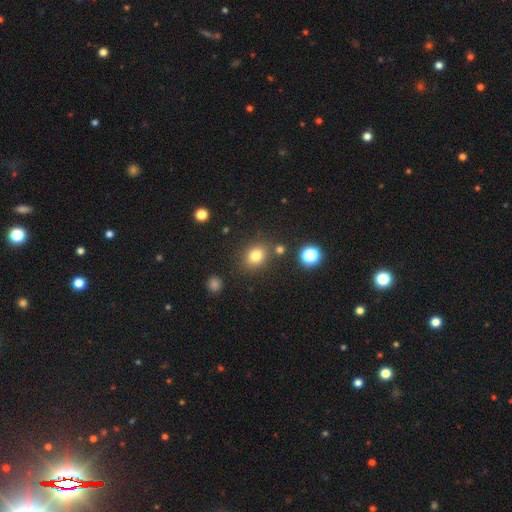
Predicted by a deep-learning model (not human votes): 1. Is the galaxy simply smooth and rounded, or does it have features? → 78% smooth, 15% star or artifact, 7% featured or disk.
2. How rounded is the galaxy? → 61% round, 38% in between, 1% cigar-shaped.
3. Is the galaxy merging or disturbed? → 80% none, 10% minor disturbance, 6% merger, 3% major disturbance.